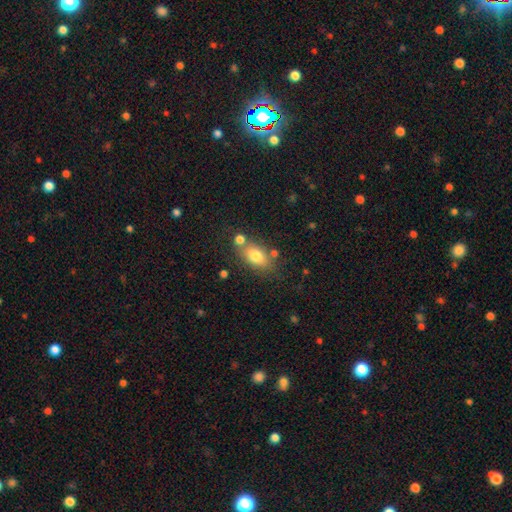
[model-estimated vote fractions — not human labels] smooth 76%, featured or disk 15%, star or artifact 9%. Down the decision tree: how rounded — in between (82%); merging — none (67%).